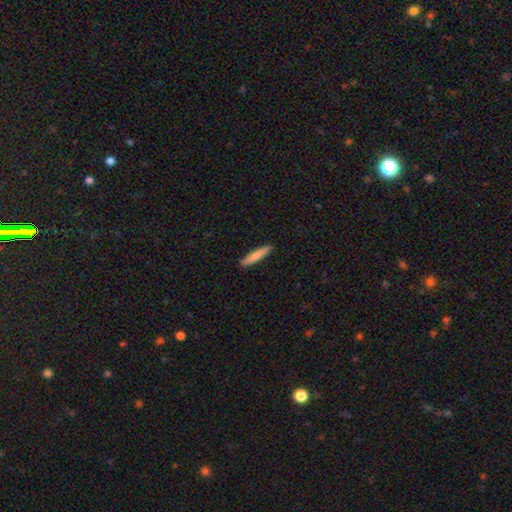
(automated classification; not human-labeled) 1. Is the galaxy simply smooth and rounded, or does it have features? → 80% smooth, 15% featured or disk, 5% star or artifact.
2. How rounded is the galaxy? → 89% cigar-shaped, 9% in between, 1% round.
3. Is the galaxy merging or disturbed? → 91% none, 7% minor disturbance, 1% major disturbance, 1% merger.